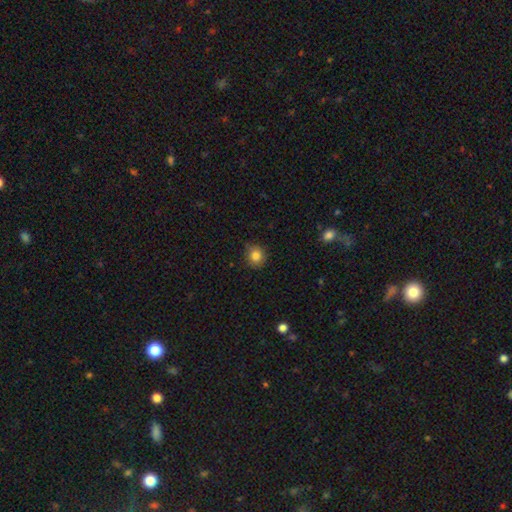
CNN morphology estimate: smooth 83%, star or artifact 11%, featured or disk 6%. Down the decision tree: how rounded — round (87%); merging — none (84%).